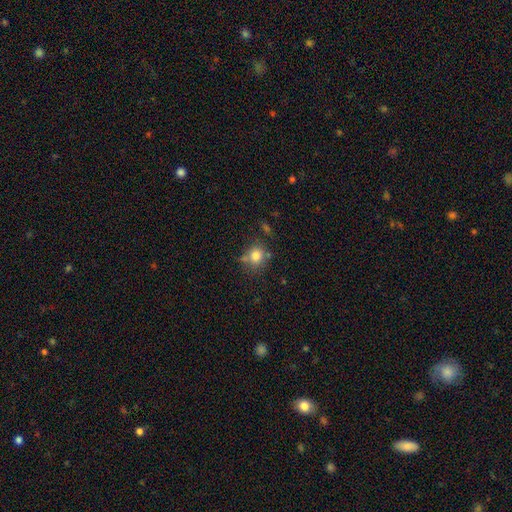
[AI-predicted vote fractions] This is likely a smooth galaxy (79%). How rounded: likely round (79%). Merging: likely none (64%).